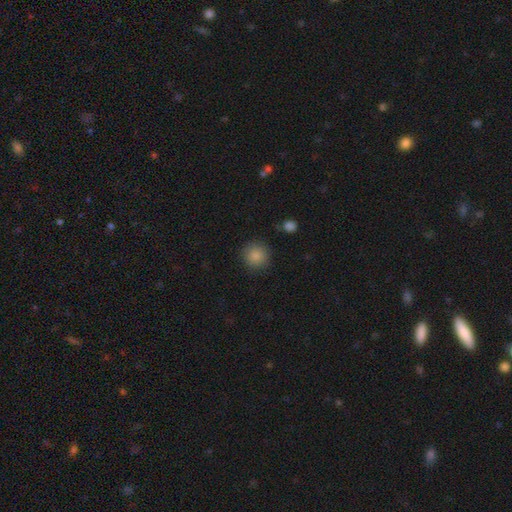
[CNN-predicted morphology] Overall: smooth (86%). How rounded: round (93%). Merging: none (88%).